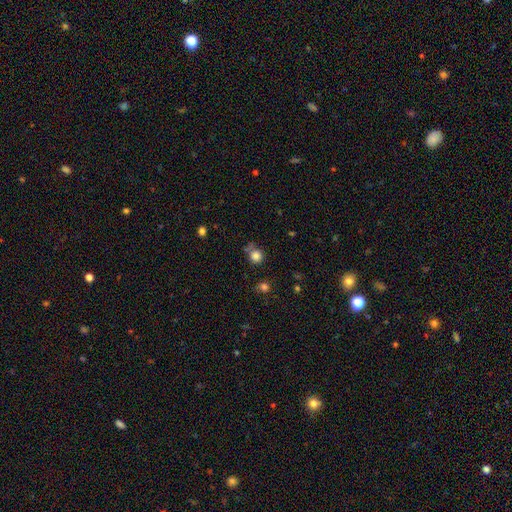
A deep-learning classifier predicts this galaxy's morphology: smooth_or_featured: smooth (p=0.80) [alt: star or artifact p=0.14]
how_rounded: round (p=0.90) [alt: in between p=0.09]
merging: none (p=0.68) [alt: minor disturbance p=0.15]